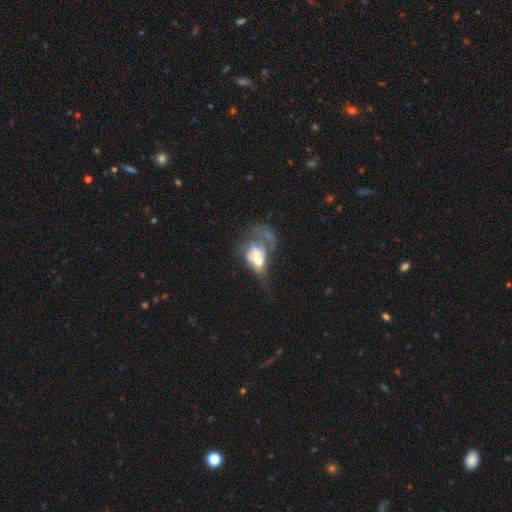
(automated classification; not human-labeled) Morphology: type=featured or disk (58%); edge-on=no (96%); bar=no (78%); spiral arms=no (64%); bulge=moderate (42%); merging=merger (47%).